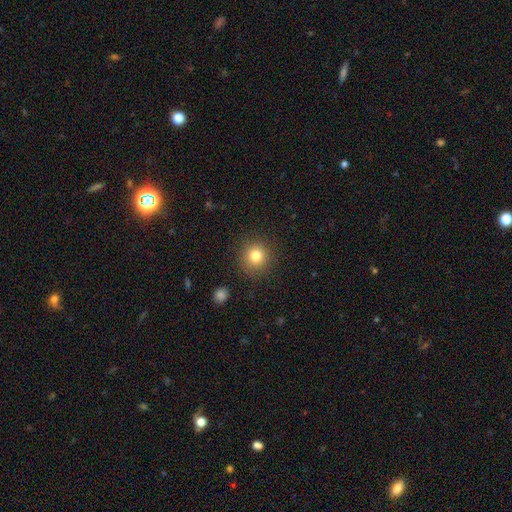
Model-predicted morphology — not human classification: smooth-or-featured: smooth: 81% | star or artifact: 12% | featured or disk: 7%
  how-rounded: round: 93% | in between: 6% | cigar-shaped: 1%
  merging: none: 89% | minor disturbance: 7% | major disturbance: 3% | merger: 1%